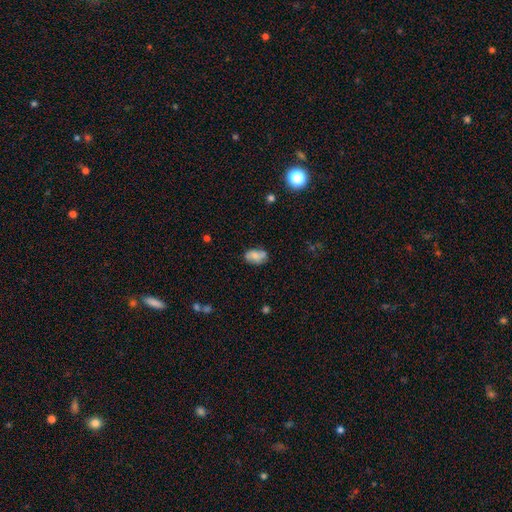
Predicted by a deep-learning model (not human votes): smooth_or_featured: smooth (p=0.60) [alt: featured or disk p=0.30]
how_rounded: in between (p=0.86) [alt: round p=0.12]
merging: none (p=0.61) [alt: minor disturbance p=0.24]